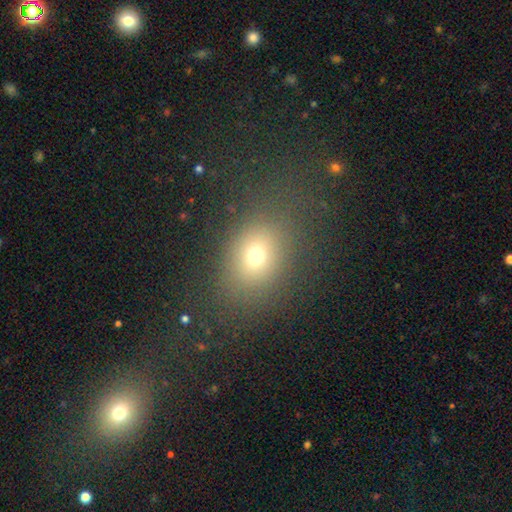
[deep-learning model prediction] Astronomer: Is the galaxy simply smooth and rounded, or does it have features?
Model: smooth — 70%.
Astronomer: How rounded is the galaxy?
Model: in between — 57% (runner-up: round, 41%).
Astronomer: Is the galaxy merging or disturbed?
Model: none — 75%.